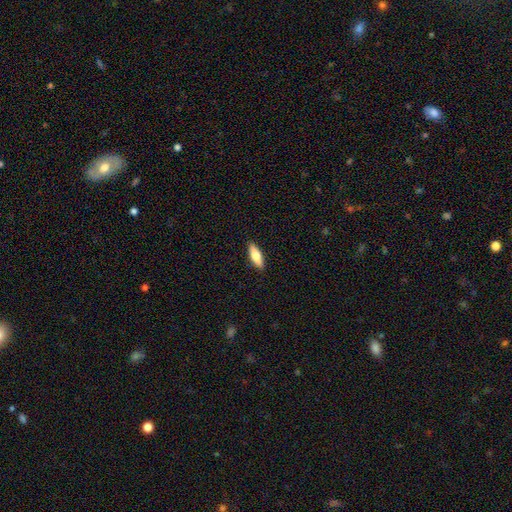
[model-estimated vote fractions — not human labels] Smooth or featured: smooth — 62% (featured or disk — 32%)
How rounded: in between — 50% (cigar-shaped — 48%)
Merging: none — 90% (minor disturbance — 7%)